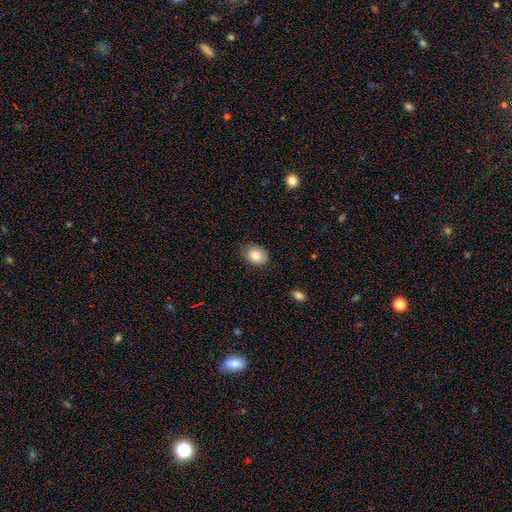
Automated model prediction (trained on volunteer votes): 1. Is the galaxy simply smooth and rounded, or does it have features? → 86% smooth, 8% star or artifact, 6% featured or disk.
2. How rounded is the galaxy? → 62% in between, 37% round, 1% cigar-shaped.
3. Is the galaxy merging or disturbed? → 78% none, 18% minor disturbance, 3% major disturbance, 1% merger.